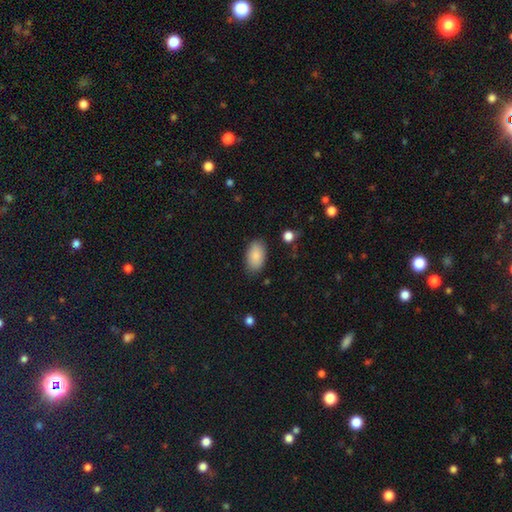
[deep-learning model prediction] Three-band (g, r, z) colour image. It shows a smooth galaxy with no disk features (88%) that is in between round and cigar-shaped (94%). Merging: none (83%).